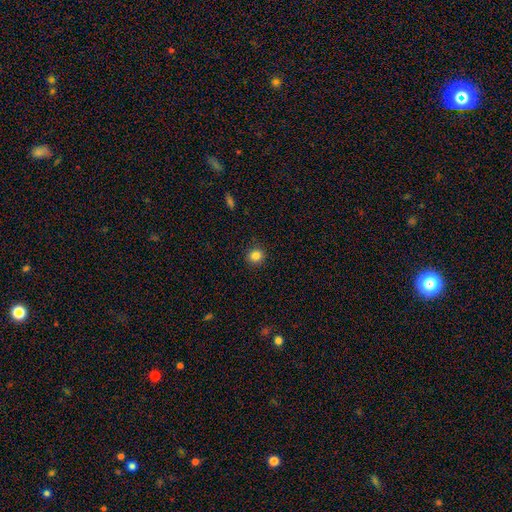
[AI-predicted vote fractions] Smooth or featured: smooth — 83% (star or artifact — 12%)
How rounded: round — 91% (in between — 8%)
Merging: none — 92% (minor disturbance — 6%)